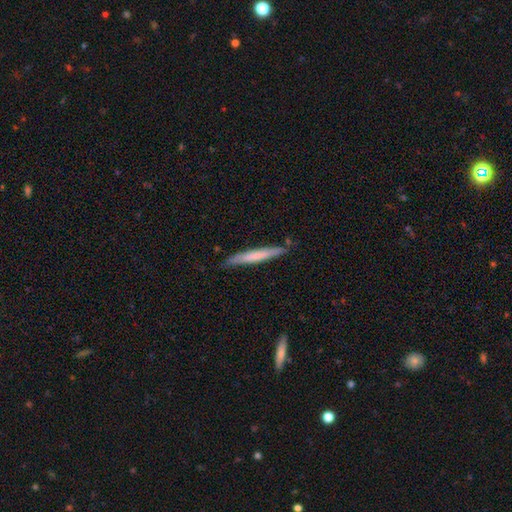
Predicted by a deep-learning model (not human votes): Morphology: type=smooth (59%); roundness=cigar-shaped (96%); merging=none (84%).